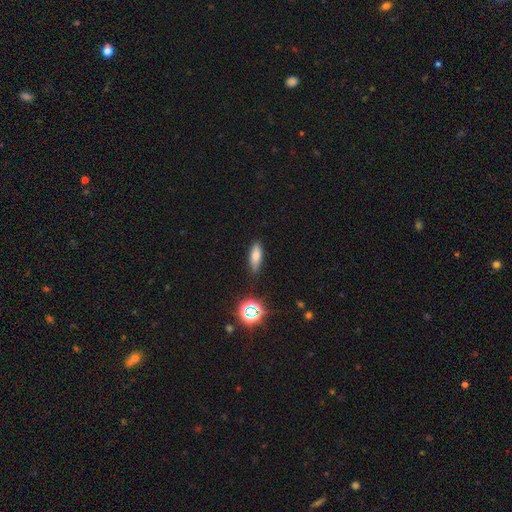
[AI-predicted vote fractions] smooth_or_featured: smooth (p=0.72) [alt: featured or disk p=0.15]
how_rounded: in between (p=0.57) [alt: cigar-shaped p=0.39]
merging: none (p=0.82) [alt: minor disturbance p=0.13]